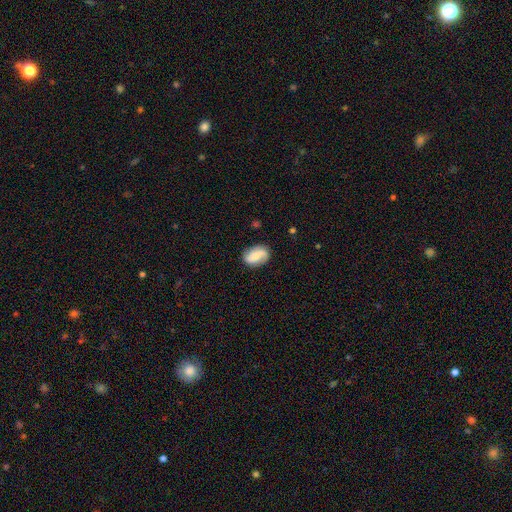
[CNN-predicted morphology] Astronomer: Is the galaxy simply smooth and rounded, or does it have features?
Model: featured or disk — 46% (runner-up: smooth, 45%).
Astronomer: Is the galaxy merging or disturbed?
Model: none — 78%.